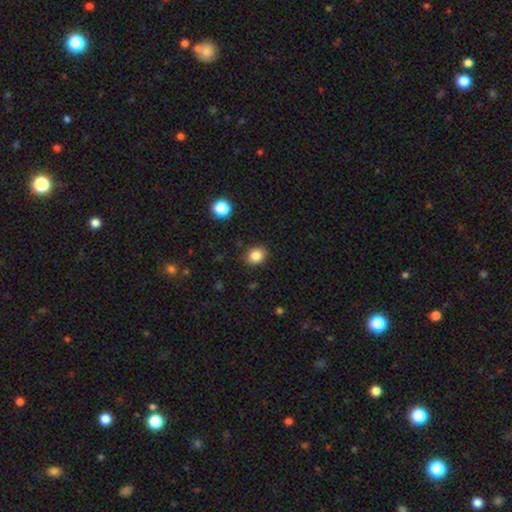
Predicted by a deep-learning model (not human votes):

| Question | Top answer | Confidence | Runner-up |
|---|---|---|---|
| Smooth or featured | smooth | 85% | star or artifact (10%) |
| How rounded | round | 55% | in between (44%) |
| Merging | none | 88% | minor disturbance (8%) |